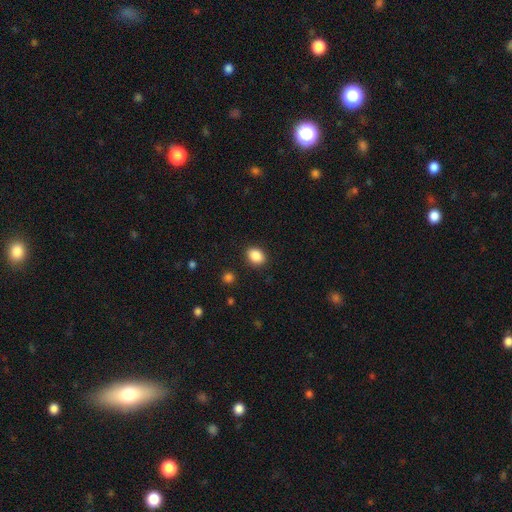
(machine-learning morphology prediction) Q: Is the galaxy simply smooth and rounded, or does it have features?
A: smooth — 87%.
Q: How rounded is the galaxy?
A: in between — 61%.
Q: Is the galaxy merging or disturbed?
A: none — 88%.